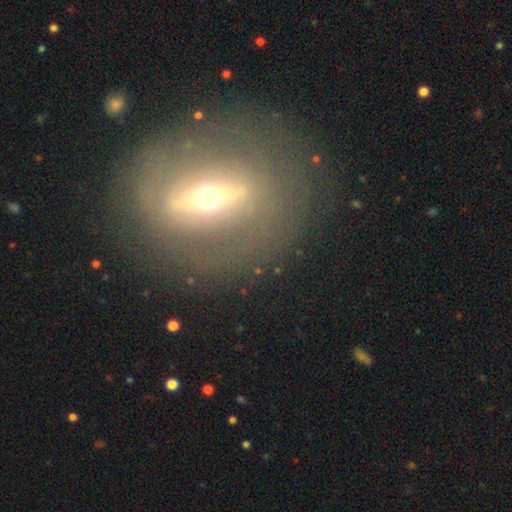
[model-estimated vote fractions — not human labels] smooth_or_featured: featured or disk (p=0.71) [alt: smooth p=0.18]
disk_edge_on: no (p=0.59) [alt: yes p=0.41]
merging: none (p=0.80) [alt: minor disturbance p=0.11]